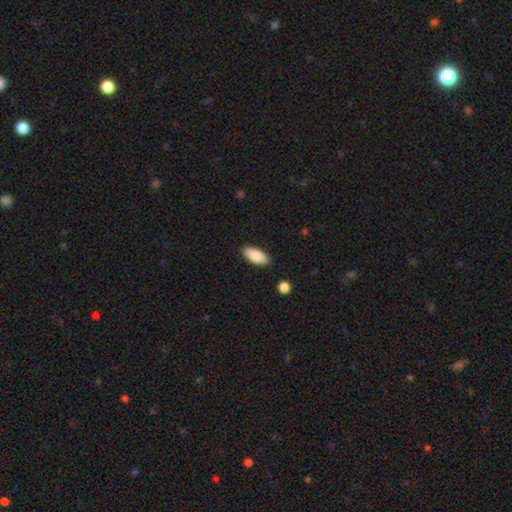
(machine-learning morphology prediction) type=smooth (85%); roundness=in between (87%); merging=none (87%).